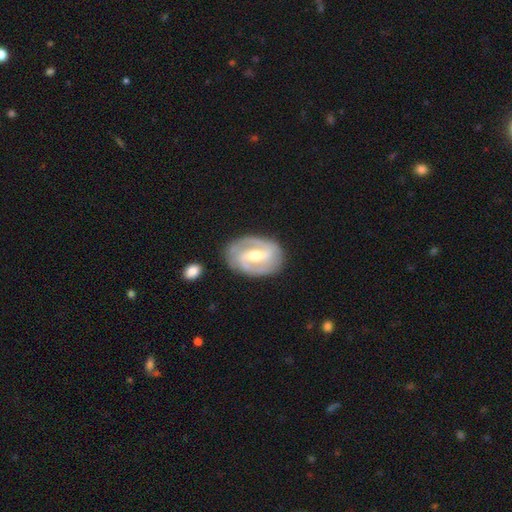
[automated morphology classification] This appears to be a featured or disk galaxy (87%) with a strong bar (47%), 2 (84%) medium (46%) spiral arms (94%) and a moderate central bulge (59%). Merging: none (82%).